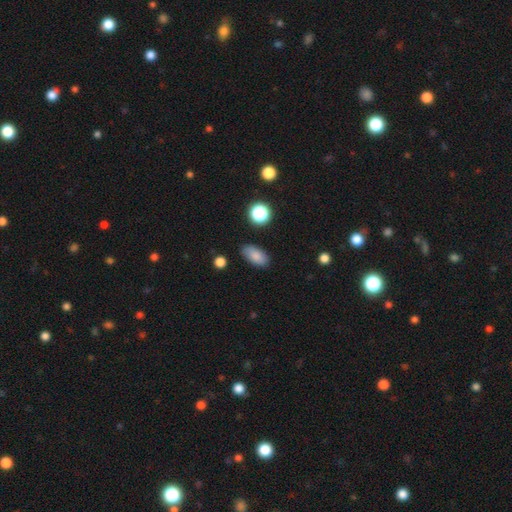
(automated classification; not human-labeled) Smooth or featured? smooth (83%)
How rounded? in between (91%)
Merging? none (82%)